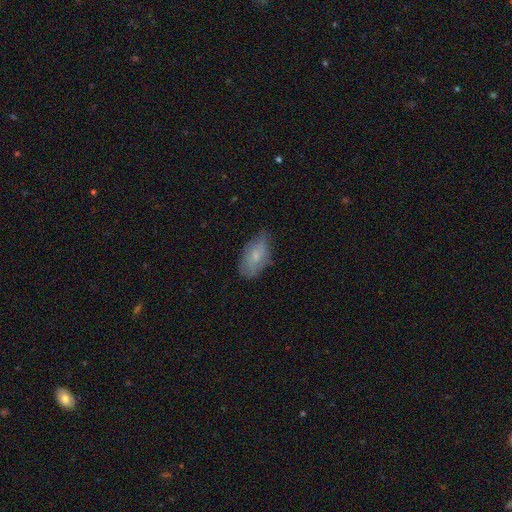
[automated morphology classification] Overall: smooth (64%; featured or disk 29%). How rounded: in between (91%). Merging: none (59%; minor disturbance 32%).